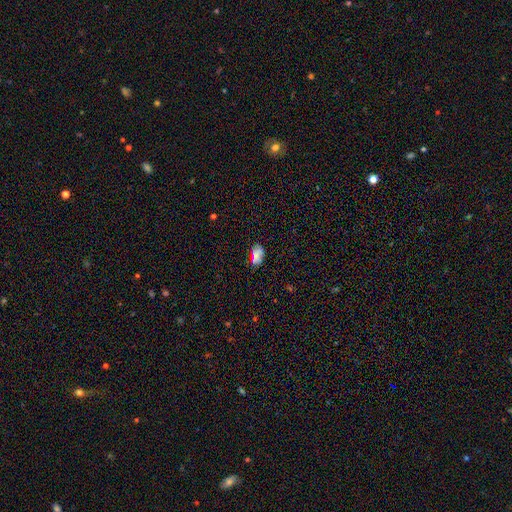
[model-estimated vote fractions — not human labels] This appears to be a smooth galaxy with no disk features (65%) that is in between round and cigar-shaped (86%). Merging: none (70%).